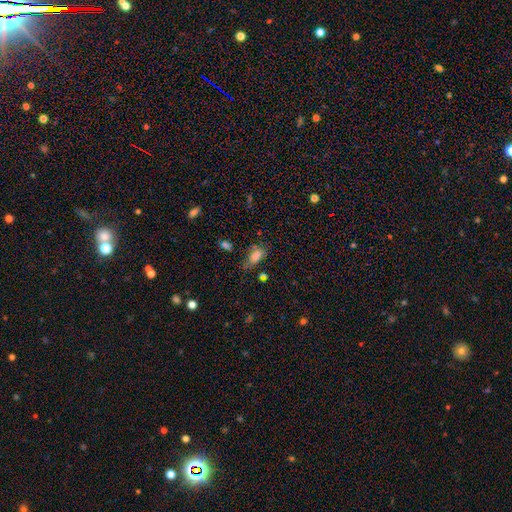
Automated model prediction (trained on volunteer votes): Q: Smooth or featured?
A: smooth (77%); runner-up: star or artifact (12%)
Q: How rounded?
A: in between (85%); runner-up: cigar-shaped (10%)
Q: Merging?
A: none (51%); runner-up: minor disturbance (30%)